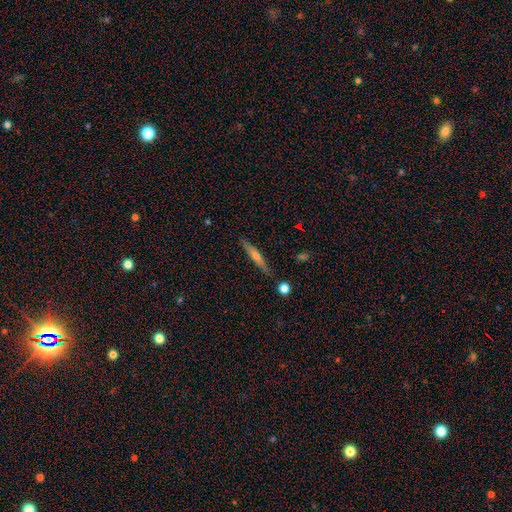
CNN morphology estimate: type=featured or disk (58%); edge-on=yes (95%); edge-on bulge=rounded (68%); merging=none (88%).